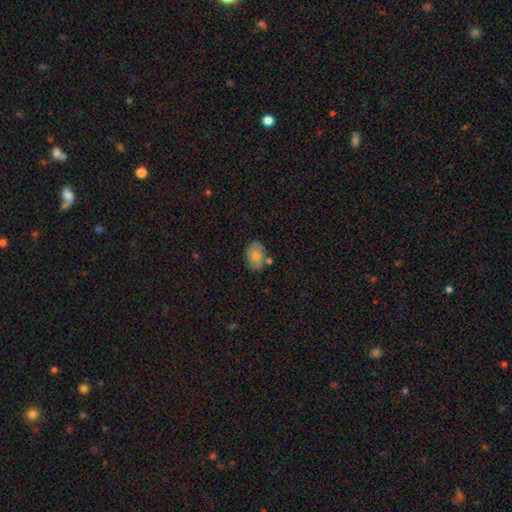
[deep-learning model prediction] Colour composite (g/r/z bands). It shows a smooth galaxy with no disk features (78%) that is in between round and cigar-shaped (80%). Merging: none (71%).